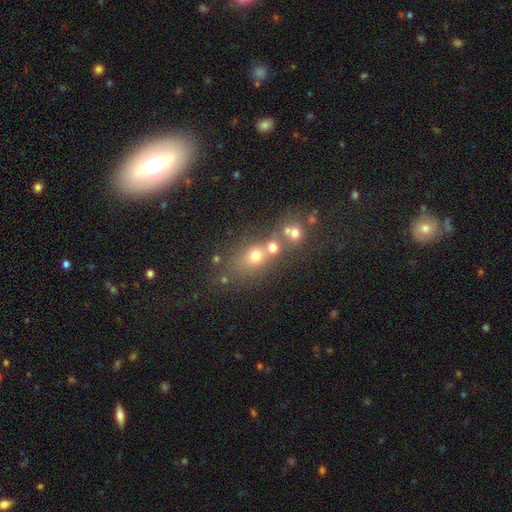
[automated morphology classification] Smooth or featured? Predicted: smooth (p=0.54). How rounded? Predicted: round (p=0.51). Merging? Predicted: none (p=0.46).